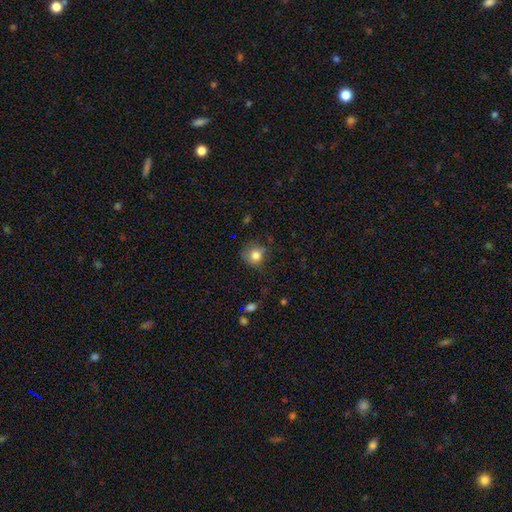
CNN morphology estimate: Smooth or featured: smooth — 82% (star or artifact — 10%)
How rounded: round — 84% (in between — 15%)
Merging: none — 67% (minor disturbance — 23%)